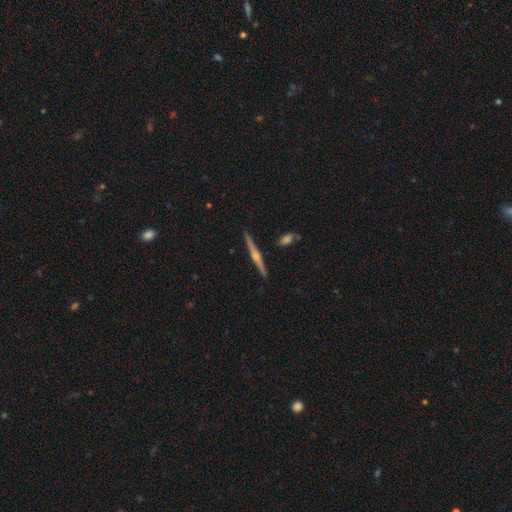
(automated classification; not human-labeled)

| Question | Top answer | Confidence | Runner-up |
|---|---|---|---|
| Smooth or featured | featured or disk | 80% | smooth (14%) |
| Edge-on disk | yes | 98% | no (2%) |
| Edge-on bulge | rounded | 87% | none (7%) |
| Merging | none | 90% | minor disturbance (6%) |